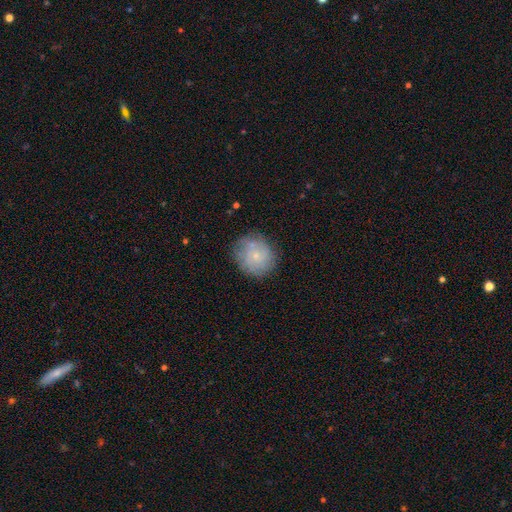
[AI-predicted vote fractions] Morphology: type=smooth (56%); roundness=round (83%); merging=none (74%).